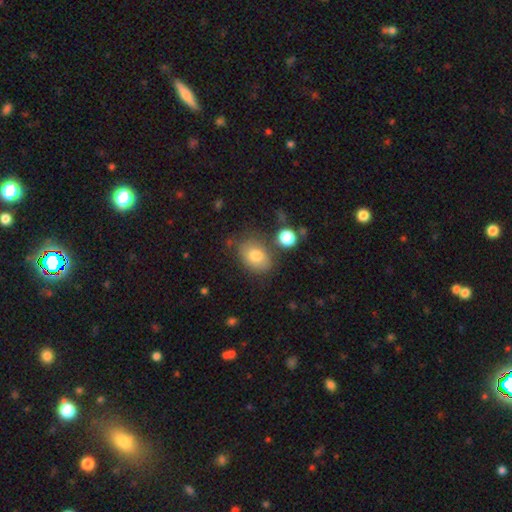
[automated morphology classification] A smooth galaxy with no disk features (77%) that is in between round and cigar-shaped (73%). Merging: none (63%).